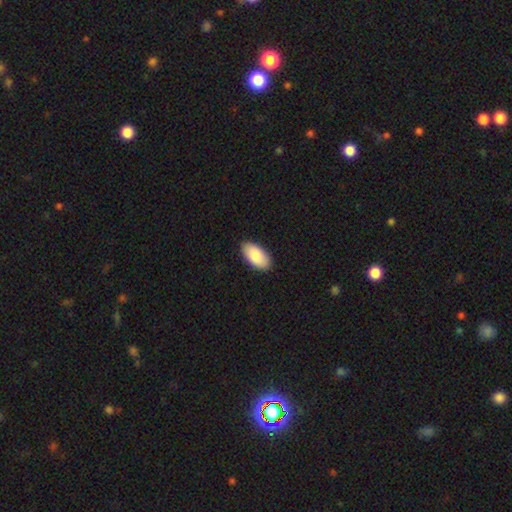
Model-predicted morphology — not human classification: smooth-or-featured: smooth: 87% | featured or disk: 7% | star or artifact: 5%
  how-rounded: in between: 95% | cigar-shaped: 2% | round: 2%
  merging: none: 89% | minor disturbance: 8% | major disturbance: 2% | merger: 1%